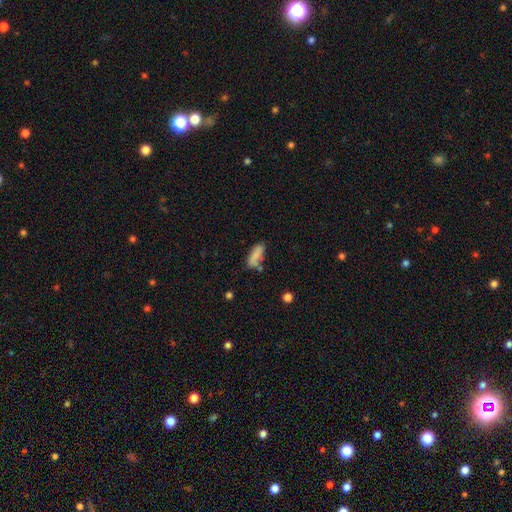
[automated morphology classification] Smooth or featured: smooth — 81% (featured or disk — 10%)
How rounded: in between — 67% (cigar-shaped — 31%)
Merging: none — 60% (minor disturbance — 22%)